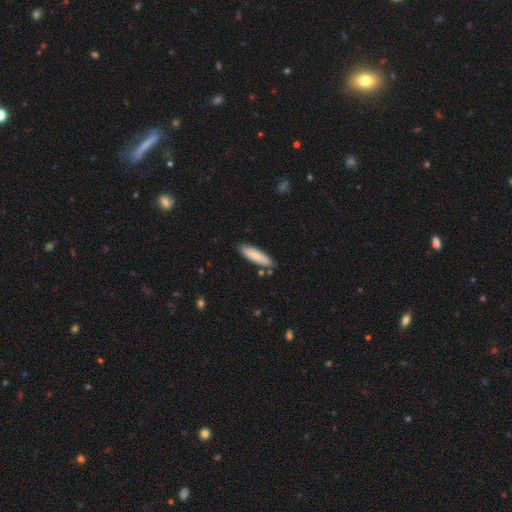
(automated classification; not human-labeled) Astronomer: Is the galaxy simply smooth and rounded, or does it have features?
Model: smooth — 80%.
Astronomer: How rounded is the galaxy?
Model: cigar-shaped — 65%.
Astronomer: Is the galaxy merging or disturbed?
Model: none — 83%.